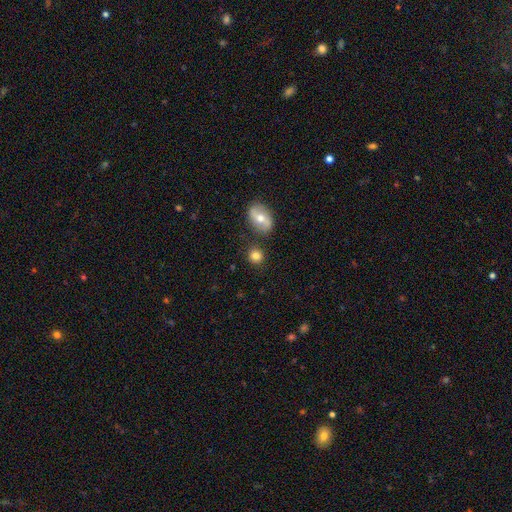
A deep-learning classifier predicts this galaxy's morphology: smooth_or_featured: smooth (p=0.80) [alt: featured or disk p=0.11]
how_rounded: round (p=0.84) [alt: in between p=0.14]
merging: none (p=0.82) [alt: minor disturbance p=0.09]